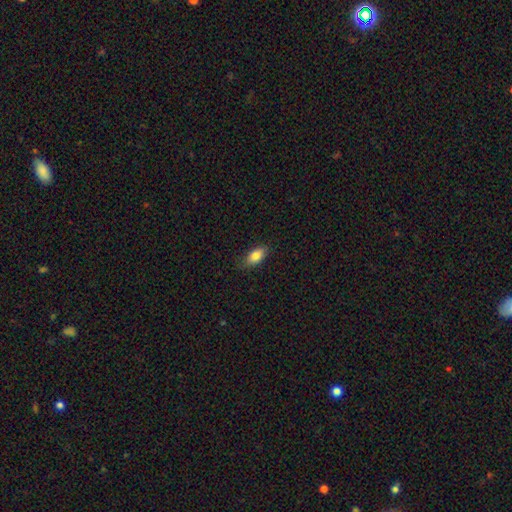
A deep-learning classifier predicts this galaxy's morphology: This is clearly a smooth galaxy (83%). How rounded: clearly in between (89%). Merging: clearly none (80%).